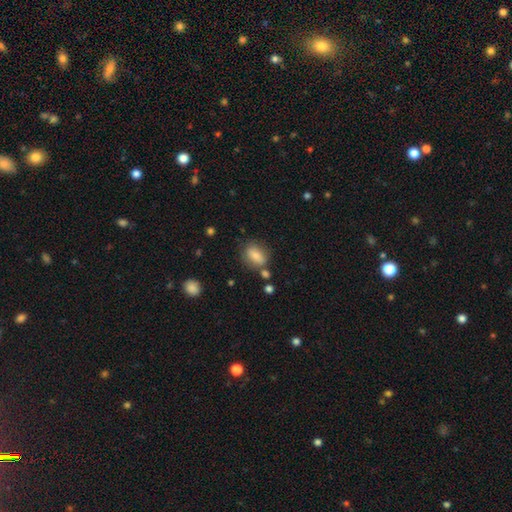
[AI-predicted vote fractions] Smooth or featured: smooth — 79% (featured or disk — 13%)
How rounded: in between — 78% (round — 17%)
Merging: none — 65% (minor disturbance — 19%)